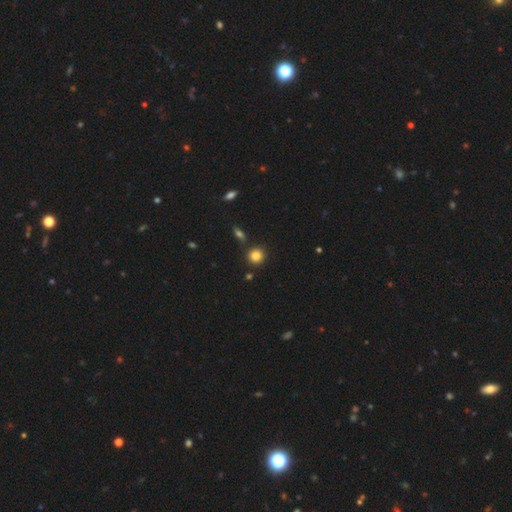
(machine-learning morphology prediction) smooth_or_featured: smooth (p=0.83) [alt: star or artifact p=0.11]
how_rounded: round (p=0.90) [alt: in between p=0.09]
merging: none (p=0.84) [alt: minor disturbance p=0.08]